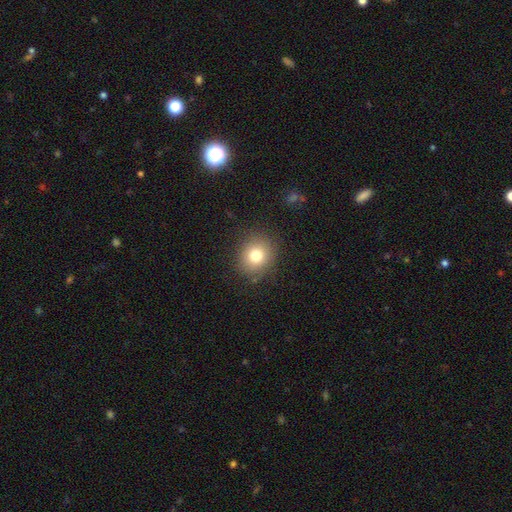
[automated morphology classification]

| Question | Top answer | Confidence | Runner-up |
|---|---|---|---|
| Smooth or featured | smooth | 77% | star or artifact (13%) |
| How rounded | round | 78% | in between (22%) |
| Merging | none | 86% | minor disturbance (9%) |